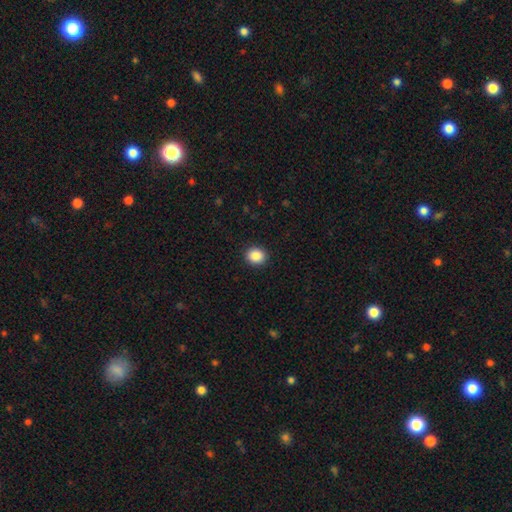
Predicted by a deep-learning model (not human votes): Overall: smooth (88%). How rounded: round (72%). Merging: none (92%).